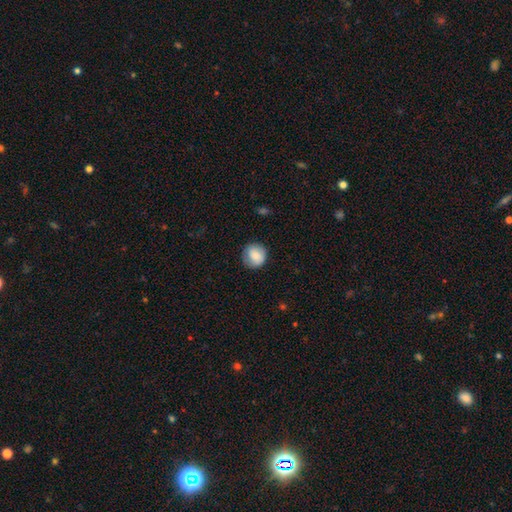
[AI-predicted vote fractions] Smooth or featured?
  - smooth: 85% *
  - featured or disk: 8%
  - star or artifact: 7%
How rounded?
  - round: 88% *
  - in between: 11%
  - cigar-shaped: 1%
Merging?
  - none: 77% *
  - minor disturbance: 17%
  - major disturbance: 5%
  - merger: 1%